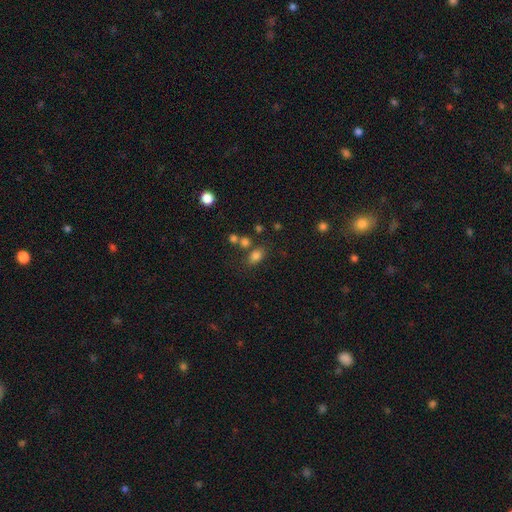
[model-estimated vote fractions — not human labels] Overall: smooth (79%). How rounded: in between (80%). Merging: none (67%).